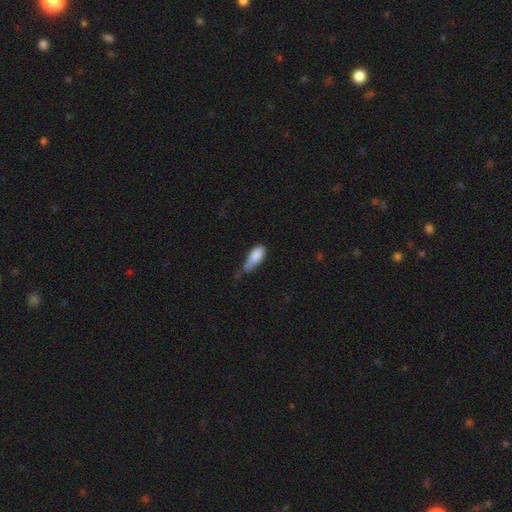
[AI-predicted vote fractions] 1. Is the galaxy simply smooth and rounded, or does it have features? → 84% smooth, 9% featured or disk, 7% star or artifact.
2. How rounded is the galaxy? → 74% in between, 24% cigar-shaped, 3% round.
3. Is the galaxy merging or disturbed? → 49% minor disturbance, 27% none, 18% major disturbance, 6% merger.